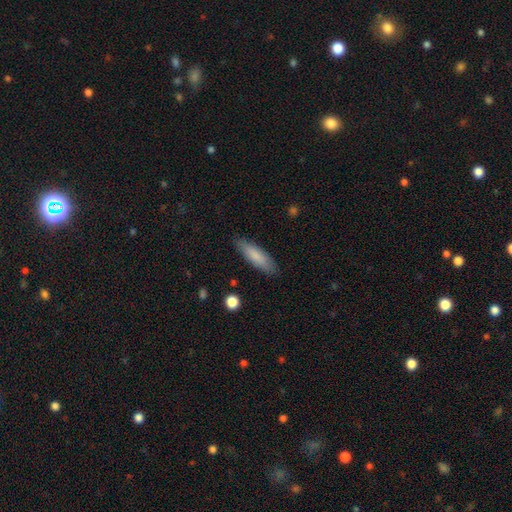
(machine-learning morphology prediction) smooth-or-featured: smooth: 83% | featured or disk: 12% | star or artifact: 6%
  how-rounded: cigar-shaped: 61% | in between: 37% | round: 1%
  merging: none: 87% | minor disturbance: 10% | major disturbance: 2% | merger: 1%